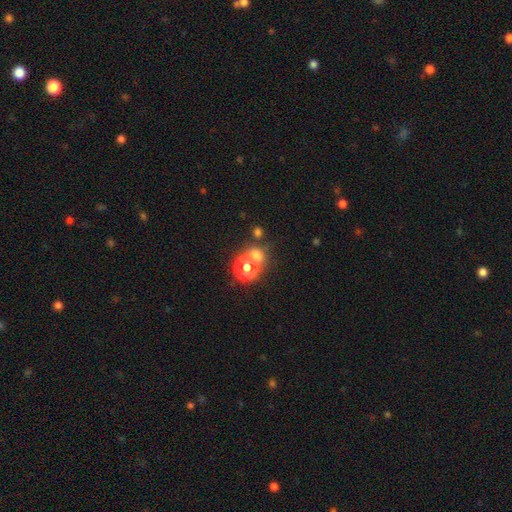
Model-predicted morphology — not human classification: A smooth galaxy with no disk features (63%) that is round (77%). Merging: none (61%).